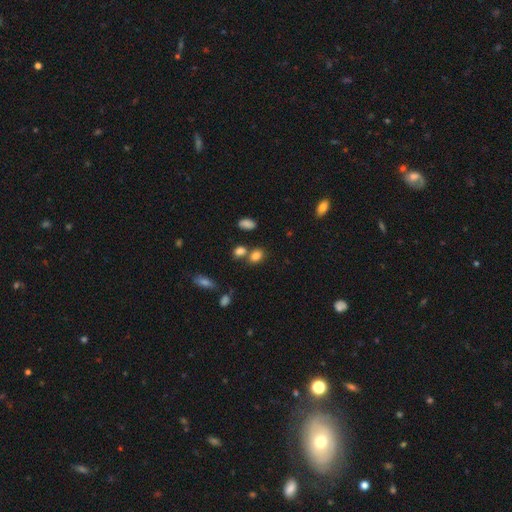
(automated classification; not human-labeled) A smooth galaxy with no disk features (82%) that is in between round and cigar-shaped (69%). Merging: none (60%).